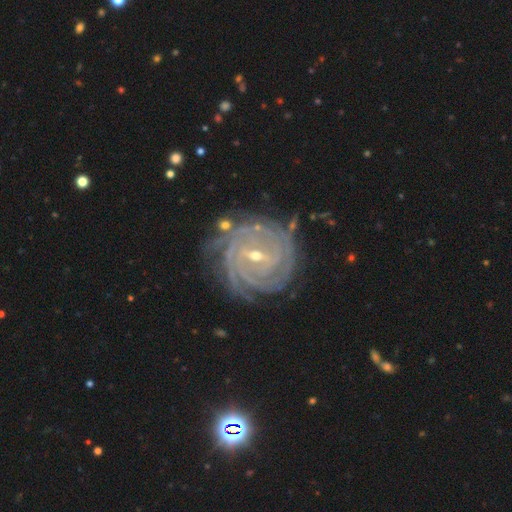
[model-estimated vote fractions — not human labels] smooth-or-featured: featured or disk: 91% | star or artifact: 5% | smooth: 4%
  disk-edge-on: no: 97% | yes: 3%
    bar: weak: 48% | strong: 40% | no: 12%
    has-spiral-arms: yes: 98% | no: 2%
      spiral-winding: tight: 88% | medium: 11% | loose: 2%
      spiral-arm-count: 4: 34% | can't tell: 19% | 3: 16% | more than 4: 15% | 2: 9% | 1: 6%
    bulge-size: small: 56% | moderate: 42% | large: 1% | none: 1% | dominant: 1%
  merging: none: 77% | minor disturbance: 16% | major disturbance: 5% | merger: 3%